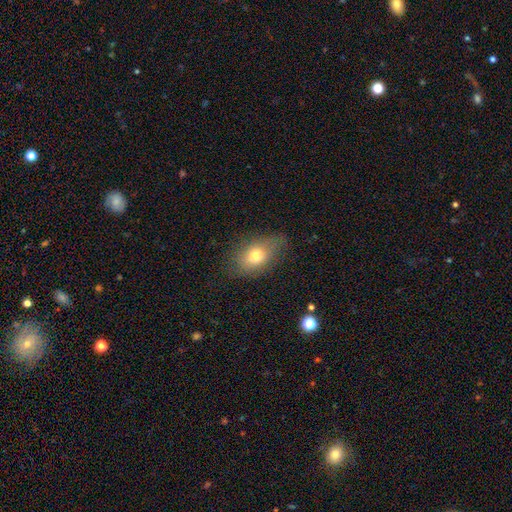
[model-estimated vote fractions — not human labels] Morphology: type=smooth (72%); roundness=in between (84%); merging=none (71%).